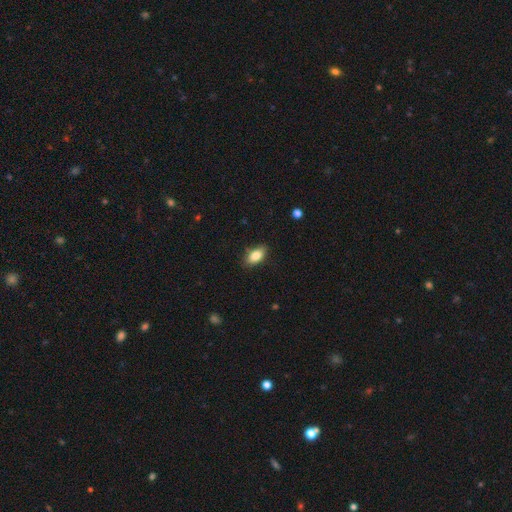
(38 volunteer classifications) Smooth or featured: smooth — 87% (star or artifact — 8%)
How rounded: in between — 97% (cigar-shaped — 3%)
Merging: none — 89% (minor disturbance — 6%)